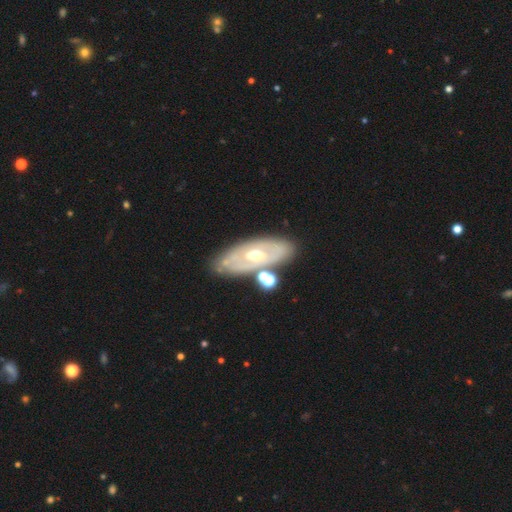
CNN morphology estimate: Overall: featured or disk (74%). Edge-on disk: no (83%). Bar: no (64%; weak 25%). Spiral arms: no (53%; yes 47%). Bulge size: moderate (71%). Merging: none (71%).